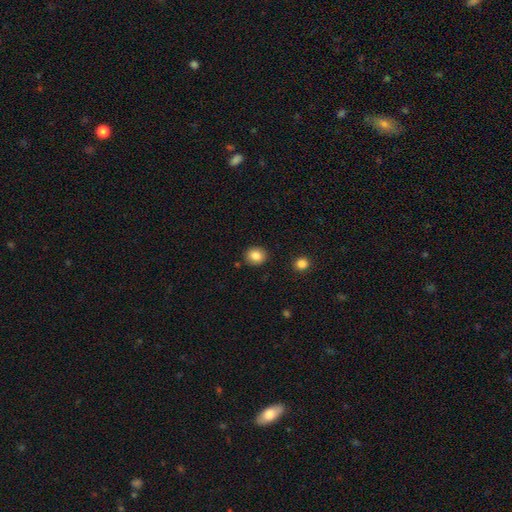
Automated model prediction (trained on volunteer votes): A smooth galaxy with no disk features (85%) that is round (77%).

Vote fractions:
- Smooth or featured? smooth: 85% / star or artifact: 9% / featured or disk: 6%
- How rounded? round: 77% / in between: 22% / cigar-shaped: 1%
- Merging? none: 88% / minor disturbance: 7% / merger: 2% / major disturbance: 2%